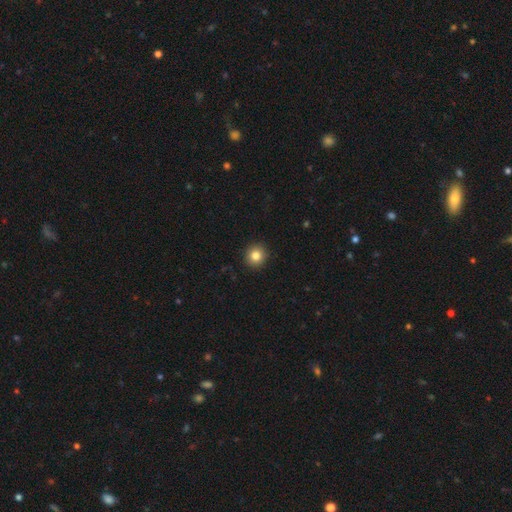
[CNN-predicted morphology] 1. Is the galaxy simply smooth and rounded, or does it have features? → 83% smooth, 11% star or artifact, 6% featured or disk.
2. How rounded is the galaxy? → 91% round, 8% in between, 1% cigar-shaped.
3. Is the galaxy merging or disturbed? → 92% none, 5% minor disturbance, 2% major disturbance, 1% merger.